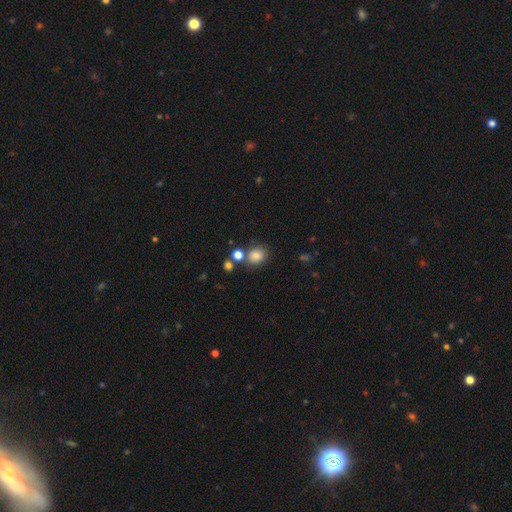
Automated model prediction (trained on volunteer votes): Q: Smooth or featured?
A: smooth (83%); runner-up: star or artifact (12%)
Q: How rounded?
A: round (63%); runner-up: in between (36%)
Q: Merging?
A: none (69%); runner-up: merger (14%)